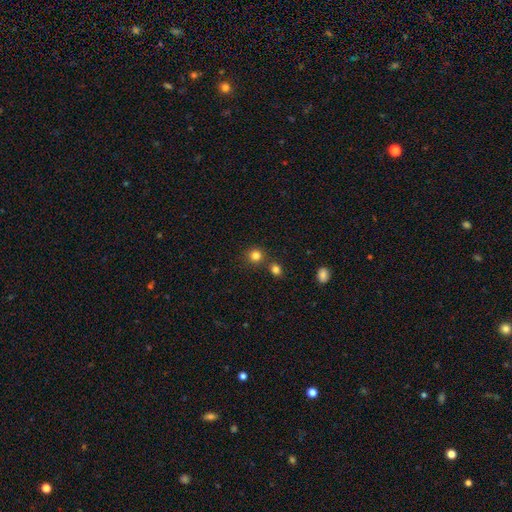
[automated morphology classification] Smooth or featured: smooth — 81% (star or artifact — 14%)
How rounded: round — 91% (in between — 8%)
Merging: none — 77% (merger — 13%)